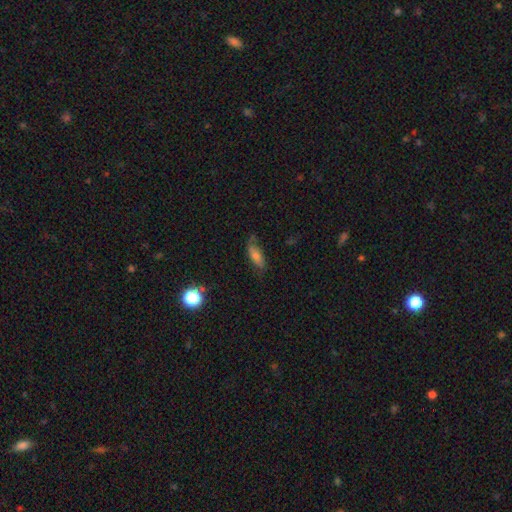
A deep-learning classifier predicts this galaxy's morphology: smooth-or-featured: smooth: 60% | featured or disk: 29% | star or artifact: 11%
  how-rounded: in between: 65% | cigar-shaped: 31% | round: 4%
  merging: none: 66% | minor disturbance: 24% | major disturbance: 8% | merger: 2%